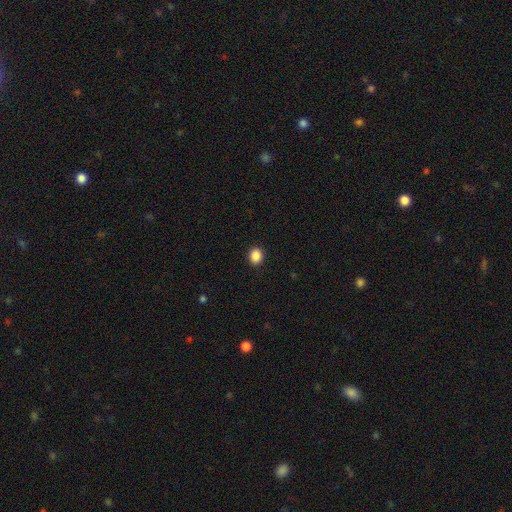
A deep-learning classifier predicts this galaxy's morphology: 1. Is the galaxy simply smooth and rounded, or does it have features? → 88% smooth, 9% star or artifact, 3% featured or disk.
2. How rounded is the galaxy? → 66% round, 33% in between, 1% cigar-shaped.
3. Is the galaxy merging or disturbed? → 91% none, 6% minor disturbance, 2% major disturbance, 1% merger.